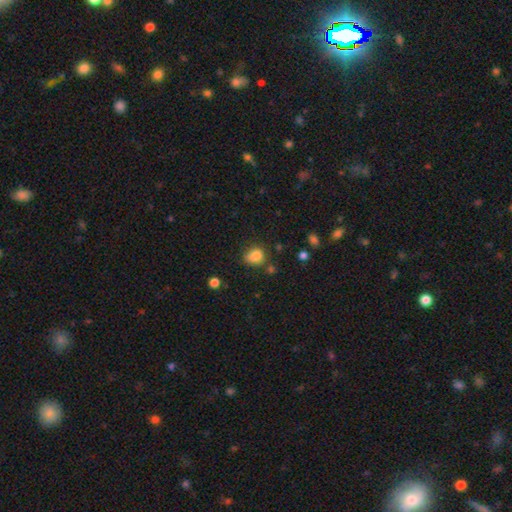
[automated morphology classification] Smooth or featured: smooth — 83% (star or artifact — 11%)
How rounded: in between — 53% (round — 46%)
Merging: none — 62% (minor disturbance — 24%)